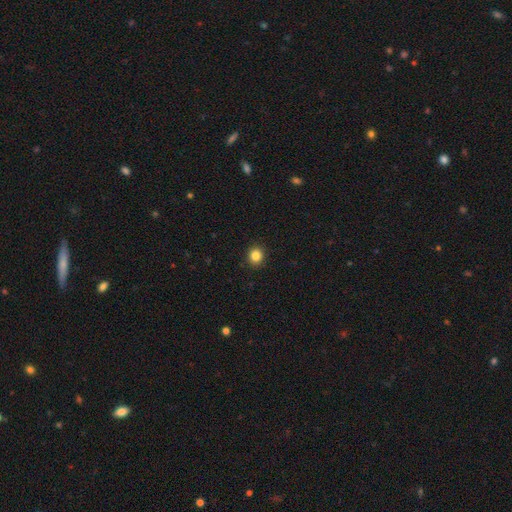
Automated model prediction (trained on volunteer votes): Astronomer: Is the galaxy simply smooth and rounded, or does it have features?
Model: smooth — 85%.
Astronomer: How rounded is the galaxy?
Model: round — 87%.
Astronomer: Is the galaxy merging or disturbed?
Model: none — 92%.